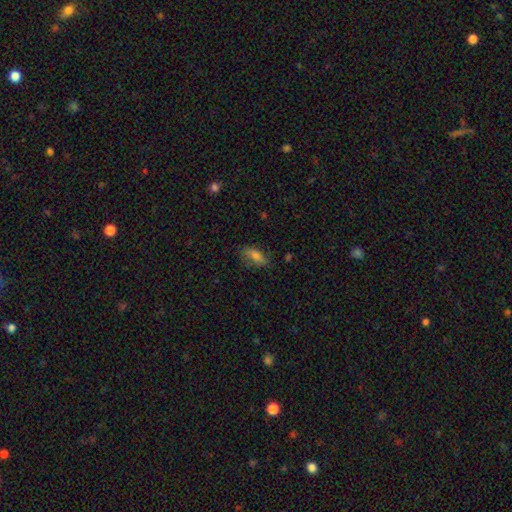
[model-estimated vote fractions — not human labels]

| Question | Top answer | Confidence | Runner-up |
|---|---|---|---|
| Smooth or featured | smooth | 69% | featured or disk (21%) |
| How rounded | in between | 77% | cigar-shaped (18%) |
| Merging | none | 70% | minor disturbance (22%) |